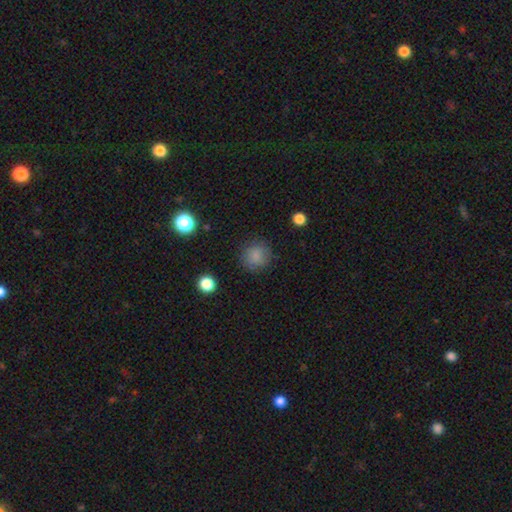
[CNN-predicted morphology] smooth-or-featured: smooth: 83% | star or artifact: 11% | featured or disk: 5%
  how-rounded: round: 89% | in between: 10% | cigar-shaped: 1%
  merging: none: 85% | minor disturbance: 10% | major disturbance: 4% | merger: 1%